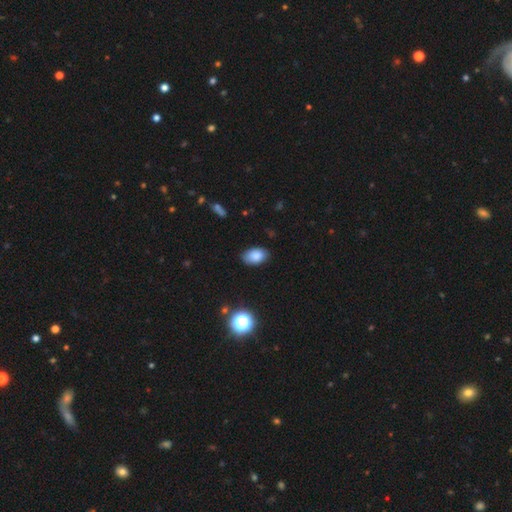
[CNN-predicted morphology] Smooth or featured? smooth (84%)
How rounded? in between (91%)
Merging? none (80%)